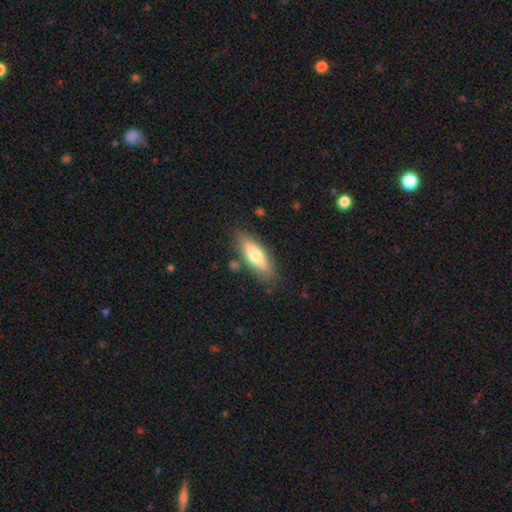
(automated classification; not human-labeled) smooth-or-featured: smooth: 66% | featured or disk: 28% | star or artifact: 6%
  how-rounded: in between: 60% | cigar-shaped: 38% | round: 2%
  merging: none: 82% | minor disturbance: 12% | merger: 3% | major disturbance: 3%